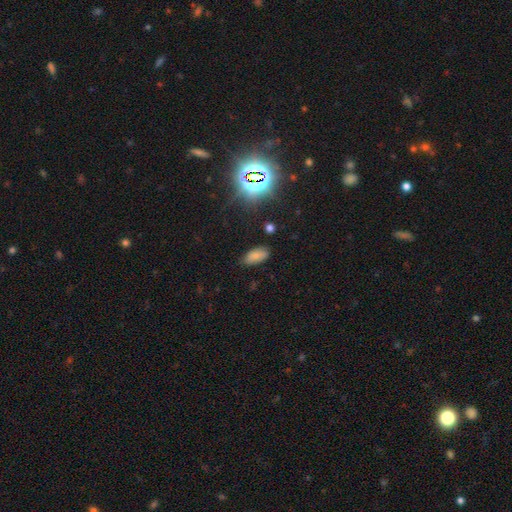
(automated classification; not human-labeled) A smooth galaxy with no disk features (76%) that is in between round and cigar-shaped (91%). Merging: none (80%).